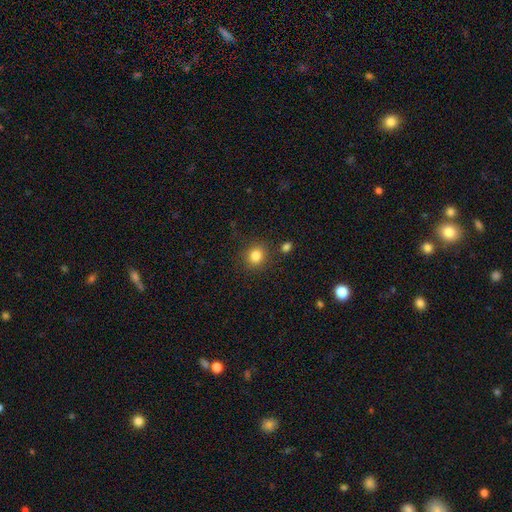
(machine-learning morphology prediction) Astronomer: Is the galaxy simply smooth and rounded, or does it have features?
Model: smooth — 84%.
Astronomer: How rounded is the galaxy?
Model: round — 81%.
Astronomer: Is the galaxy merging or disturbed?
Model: none — 85%.